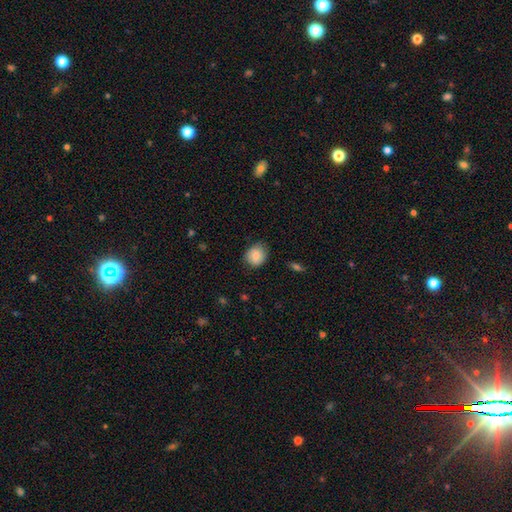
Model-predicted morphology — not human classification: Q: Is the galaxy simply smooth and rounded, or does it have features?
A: smooth — 81%.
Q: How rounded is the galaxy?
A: round — 72%.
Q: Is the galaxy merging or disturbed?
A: none — 74%.